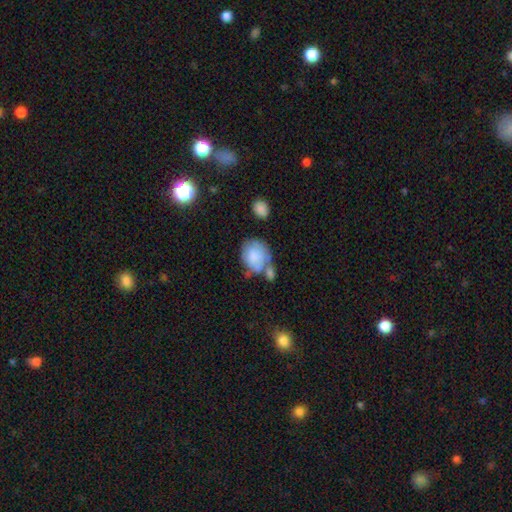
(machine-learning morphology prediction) Q: Smooth or featured?
A: smooth (74%); runner-up: featured or disk (19%)
Q: How rounded?
A: round (55%); runner-up: in between (44%)
Q: Merging?
A: none (33%); runner-up: merger (31%)